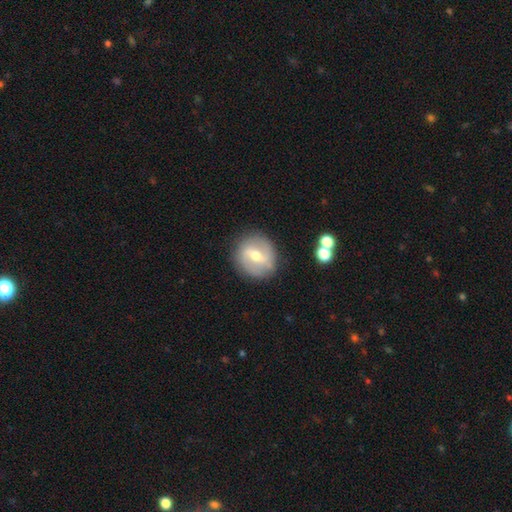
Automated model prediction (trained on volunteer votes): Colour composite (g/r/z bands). It shows a featured or disk galaxy (60%) with a weak bar (49%), spiral arms (63%) and a moderate central bulge (68%). Merging: none (84%).